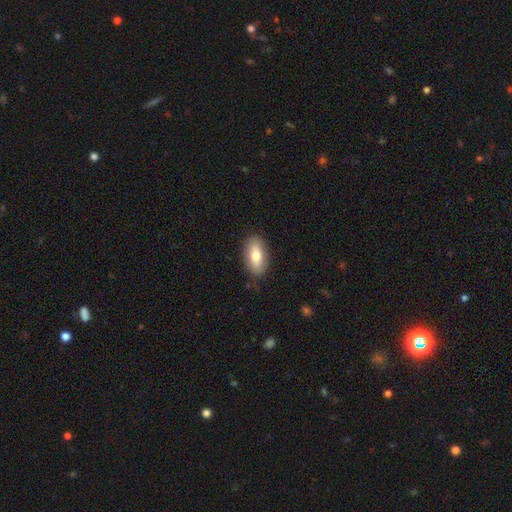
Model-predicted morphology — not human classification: This appears to be a smooth galaxy with no disk features (72%) that is in between round and cigar-shaped (89%). Merging: none (85%).